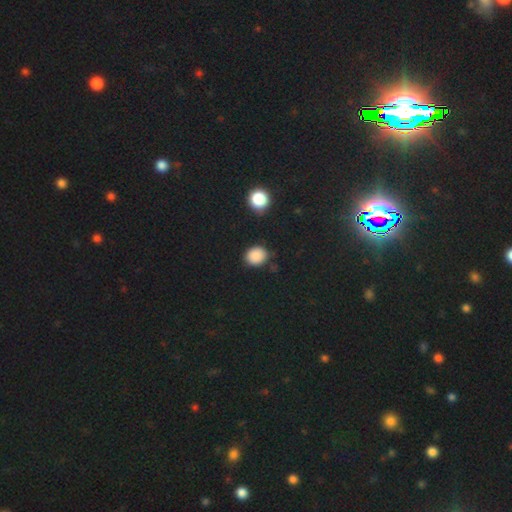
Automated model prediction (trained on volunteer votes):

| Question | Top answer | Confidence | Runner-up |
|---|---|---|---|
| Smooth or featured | smooth | 86% | star or artifact (11%) |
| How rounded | round | 64% | in between (35%) |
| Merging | none | 83% | minor disturbance (11%) |